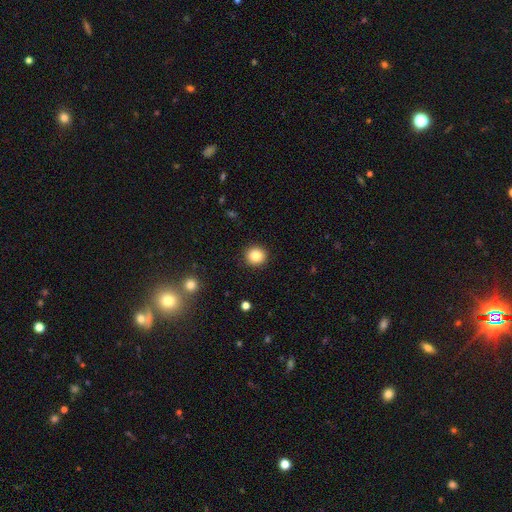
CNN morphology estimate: type=smooth (85%); roundness=round (92%); merging=none (92%).